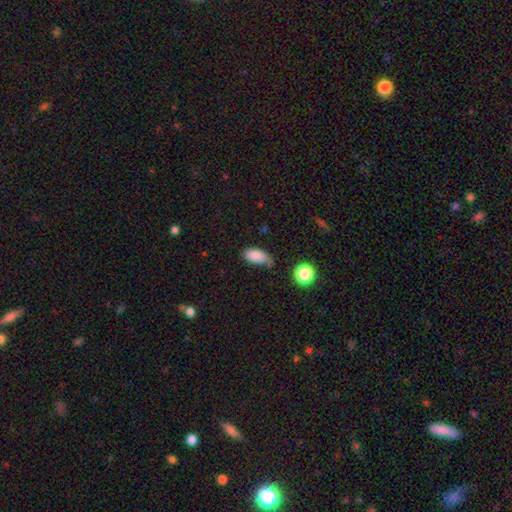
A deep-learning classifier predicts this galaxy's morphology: Smooth or featured?
  - smooth: 83% *
  - star or artifact: 9%
  - featured or disk: 8%
How rounded?
  - in between: 90% *
  - round: 5%
  - cigar-shaped: 5%
Merging?
  - none: 46% *
  - minor disturbance: 36%
  - major disturbance: 12%
  - merger: 6%